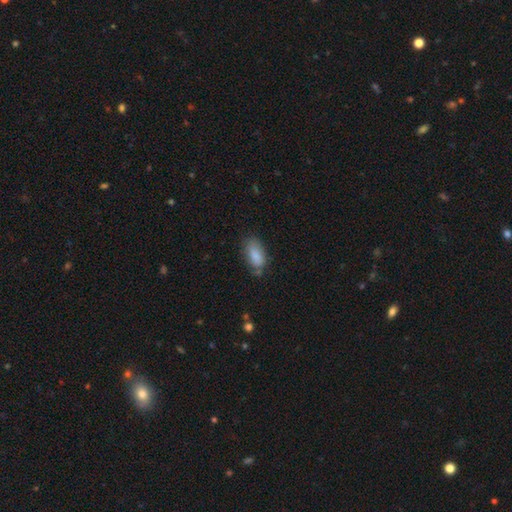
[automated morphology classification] Q: Smooth or featured?
A: smooth (83%); runner-up: featured or disk (9%)
Q: How rounded?
A: in between (90%); runner-up: cigar-shaped (6%)
Q: Merging?
A: none (61%); runner-up: minor disturbance (28%)